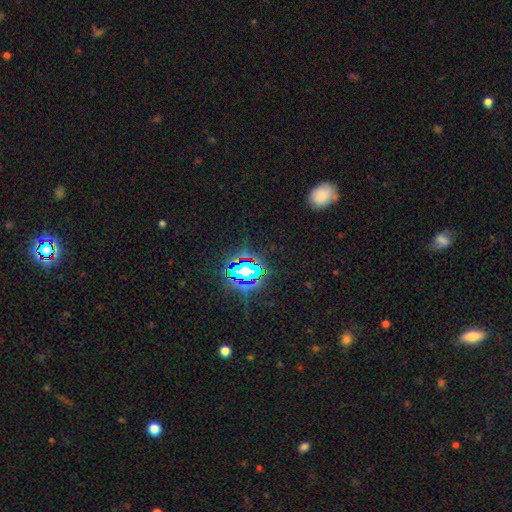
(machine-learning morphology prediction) star or artifact 78%, smooth 15%, featured or disk 7%.